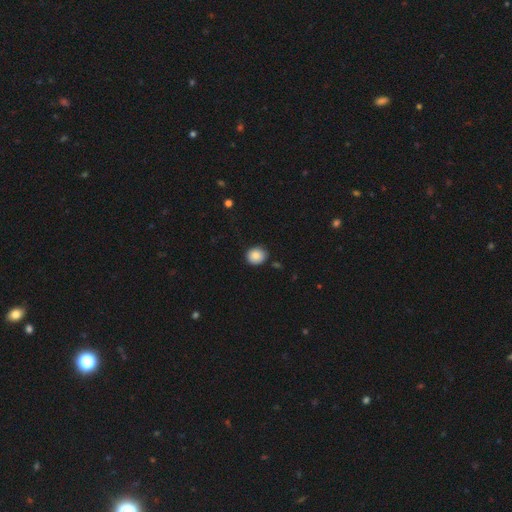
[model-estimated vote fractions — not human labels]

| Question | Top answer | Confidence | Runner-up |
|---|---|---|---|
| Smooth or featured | smooth | 84% | star or artifact (9%) |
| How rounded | round | 74% | in between (25%) |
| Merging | none | 87% | minor disturbance (10%) |